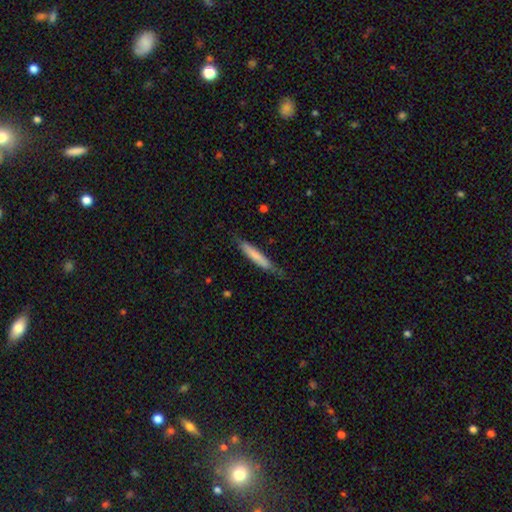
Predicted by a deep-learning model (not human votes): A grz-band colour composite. It shows a smooth galaxy with no disk features (73%) that is cigar-shaped (93%). Merging: none (70%).